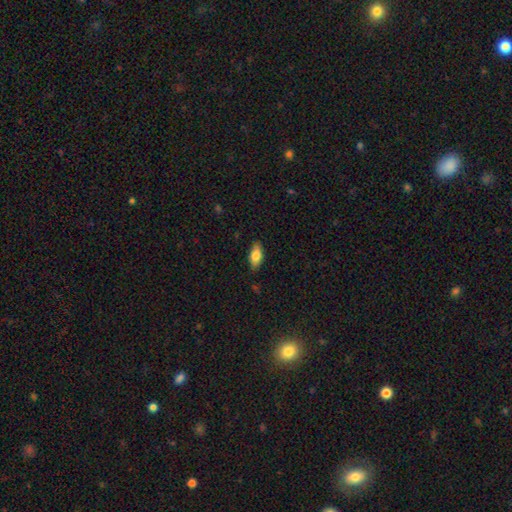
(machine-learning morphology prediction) Smooth or featured: smooth — 82% (featured or disk — 11%)
How rounded: in between — 89% (cigar-shaped — 8%)
Merging: none — 85% (minor disturbance — 12%)